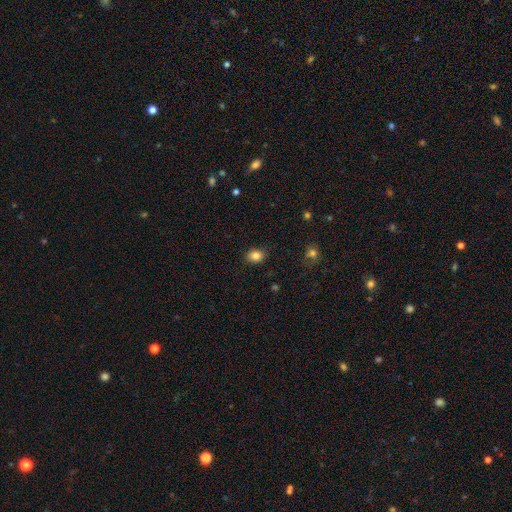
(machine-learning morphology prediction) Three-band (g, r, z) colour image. It shows a smooth galaxy with no disk features (84%) that is in between round and cigar-shaped (63%). Merging: none (86%).